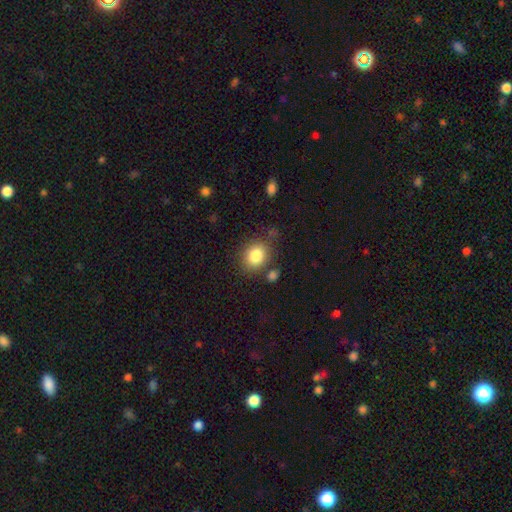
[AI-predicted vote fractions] This is clearly a smooth galaxy (84%). How rounded: possibly round (59%). Merging: likely none (75%).